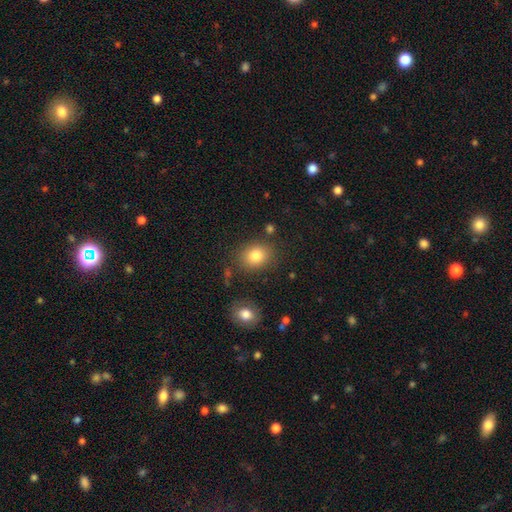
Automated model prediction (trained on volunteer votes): This appears to be a smooth galaxy with no disk features (83%) that is round (52%). Merging: none (81%).